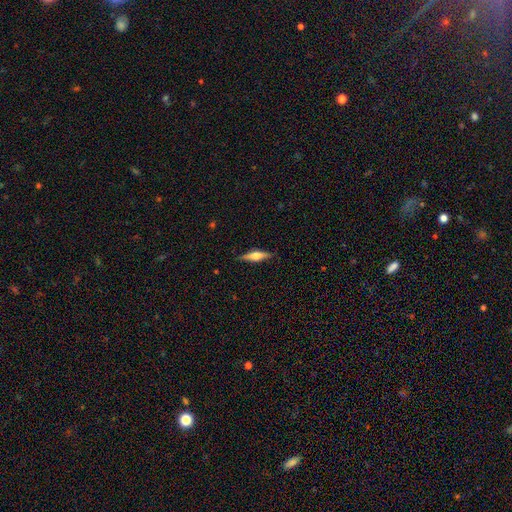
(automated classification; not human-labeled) Morphology: type=featured or disk (59%); edge-on=yes (96%); edge-on bulge=rounded (89%); merging=none (88%).